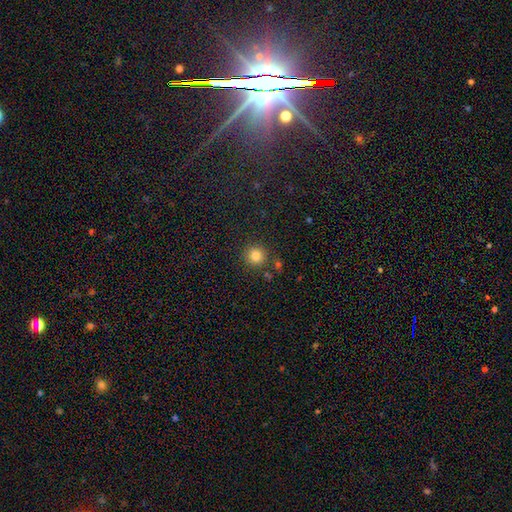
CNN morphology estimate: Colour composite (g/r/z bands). It shows a smooth galaxy with no disk features (82%) that is round (95%). Merging: none (86%).